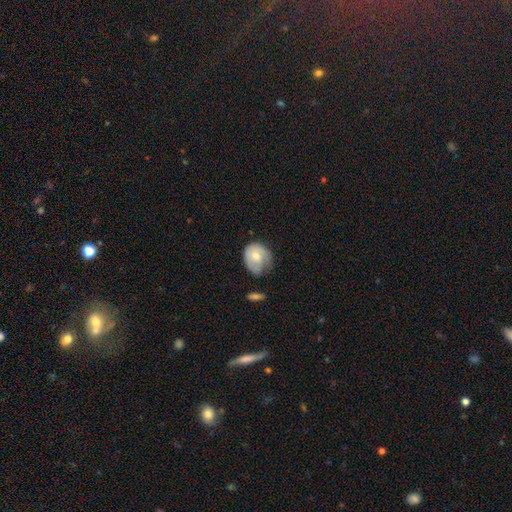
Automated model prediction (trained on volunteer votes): Smooth or featured: smooth — 58% (featured or disk — 36%)
How rounded: round — 61% (in between — 38%)
Merging: none — 43% (minor disturbance — 37%)